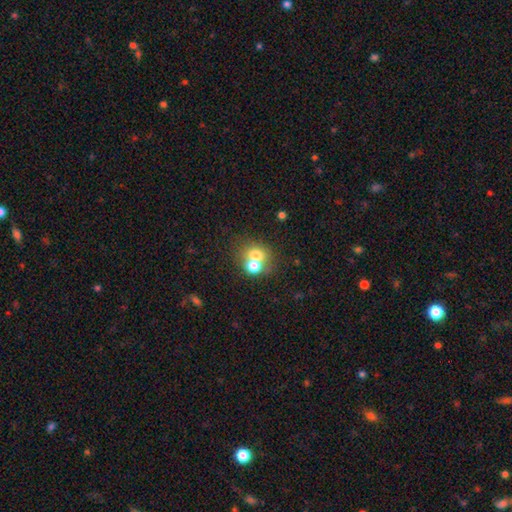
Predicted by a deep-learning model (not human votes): Smooth or featured? smooth (68%)
How rounded? round (66%)
Merging? merger (56%)